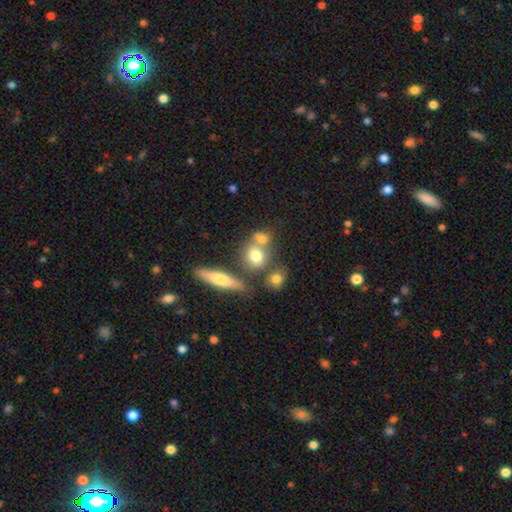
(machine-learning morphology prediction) Smooth or featured? Predicted: smooth (p=0.72). How rounded? Predicted: round (p=0.63). Merging? Predicted: none (p=0.51).